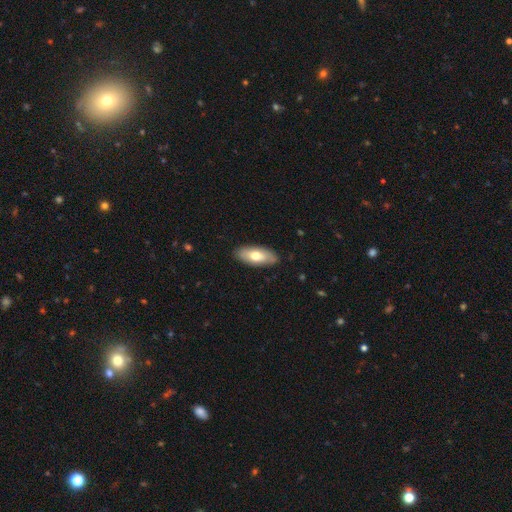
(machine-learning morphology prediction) type=smooth (67%); roundness=in between (85%); merging=none (87%).